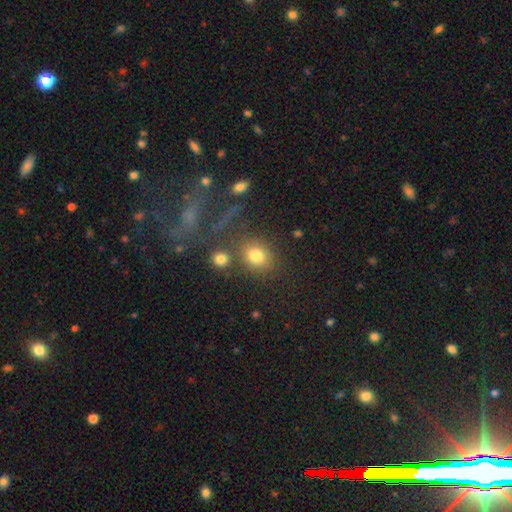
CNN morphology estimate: The model was most divided on "how rounded": round: 61%, in between: 37%, cigar-shaped: 2%. More confident: smooth or featured — smooth (76%); merging — none (70%).